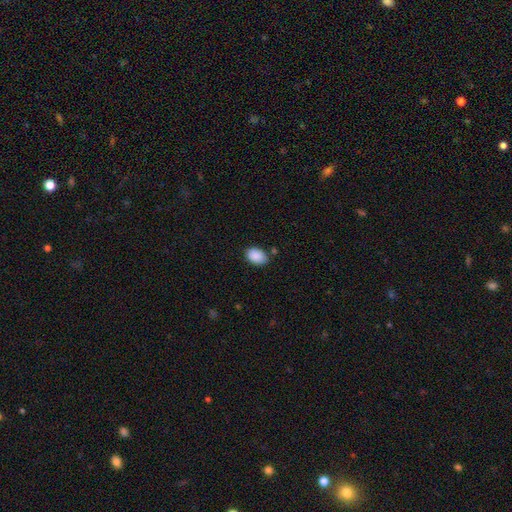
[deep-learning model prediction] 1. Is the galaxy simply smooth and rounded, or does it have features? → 90% smooth, 7% star or artifact, 3% featured or disk.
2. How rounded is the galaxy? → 86% in between, 12% round, 1% cigar-shaped.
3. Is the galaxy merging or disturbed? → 78% none, 15% minor disturbance, 4% merger, 3% major disturbance.